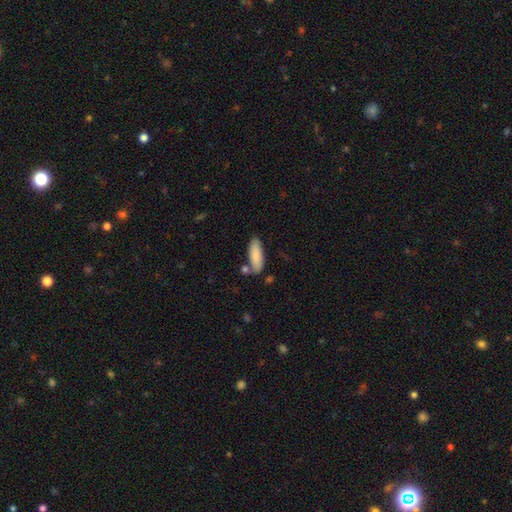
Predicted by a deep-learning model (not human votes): A smooth galaxy with no disk features (85%) that is in between round and cigar-shaped (65%).

Vote fractions:
- Smooth or featured? smooth: 85% / featured or disk: 9% / star or artifact: 6%
- How rounded? in between: 65% / cigar-shaped: 33% / round: 2%
- Merging? none: 72% / minor disturbance: 15% / merger: 10% / major disturbance: 3%